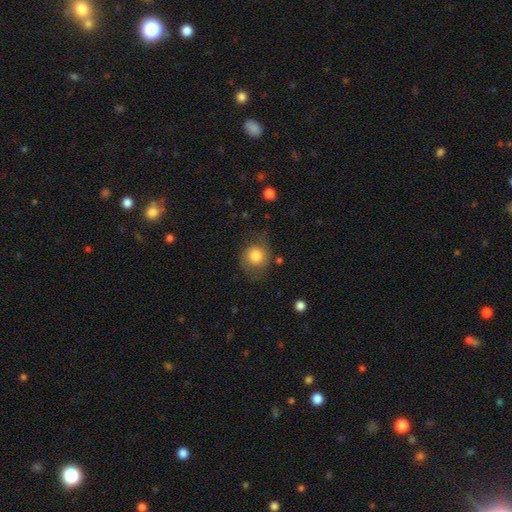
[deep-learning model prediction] Smooth or featured? Predicted: smooth (p=0.75). How rounded? Predicted: round (p=0.79). Merging? Predicted: none (p=0.61).